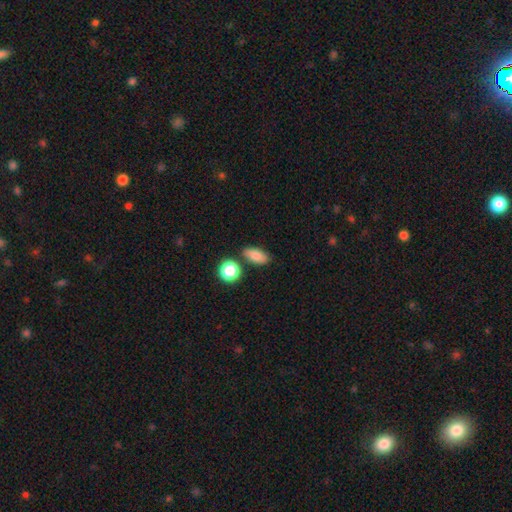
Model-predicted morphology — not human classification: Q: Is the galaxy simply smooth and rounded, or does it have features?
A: smooth — 80%.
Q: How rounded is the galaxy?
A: in between — 80%.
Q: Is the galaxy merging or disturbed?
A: none — 79%.